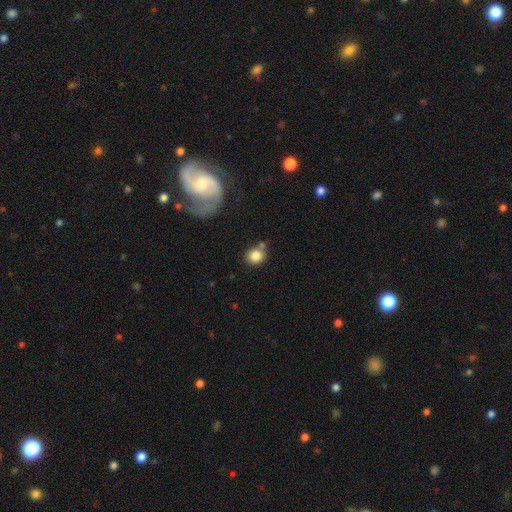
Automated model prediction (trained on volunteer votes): Smooth or featured: smooth — 83% (star or artifact — 9%)
How rounded: round — 83% (in between — 16%)
Merging: none — 67% (merger — 16%)